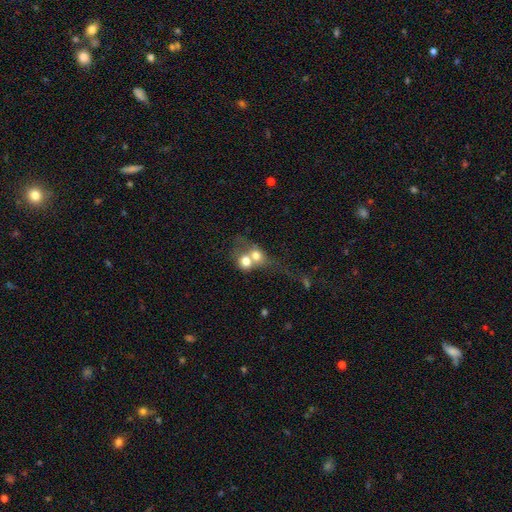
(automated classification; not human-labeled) smooth_or_featured: smooth (p=0.66) [alt: featured or disk p=0.24]
how_rounded: round (p=0.62) [alt: in between p=0.36]
merging: merger (p=0.73) [alt: none p=0.15]